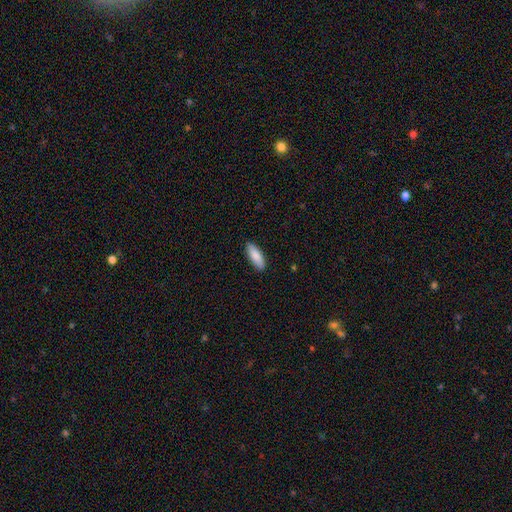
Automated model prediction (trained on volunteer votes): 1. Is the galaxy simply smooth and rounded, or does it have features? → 87% smooth, 8% featured or disk, 6% star or artifact.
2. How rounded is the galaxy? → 62% in between, 36% cigar-shaped, 2% round.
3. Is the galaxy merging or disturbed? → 88% none, 9% minor disturbance, 2% major disturbance, 1% merger.